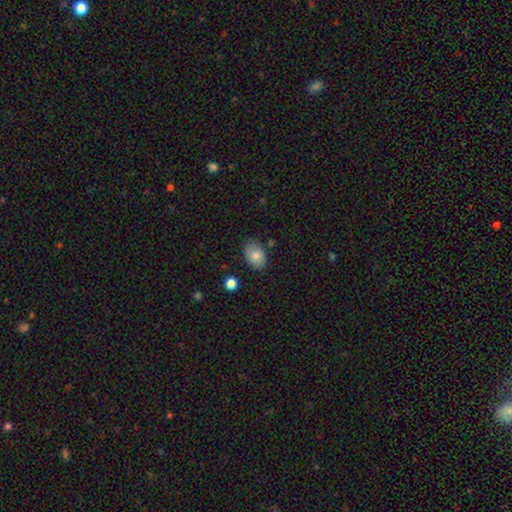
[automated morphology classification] smooth_or_featured: smooth (p=0.82) [alt: featured or disk p=0.10]
how_rounded: in between (p=0.85) [alt: round p=0.14]
merging: none (p=0.78) [alt: minor disturbance p=0.17]